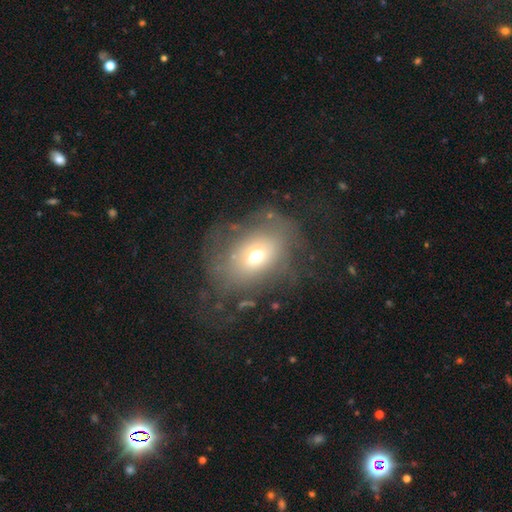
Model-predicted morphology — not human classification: Smooth or featured?
  - smooth: 53% *
  - featured or disk: 34%
  - star or artifact: 13%
How rounded?
  - in between: 60% *
  - round: 38%
  - cigar-shaped: 1%
Merging?
  - none: 48% *
  - major disturbance: 28%
  - minor disturbance: 22%
  - merger: 3%